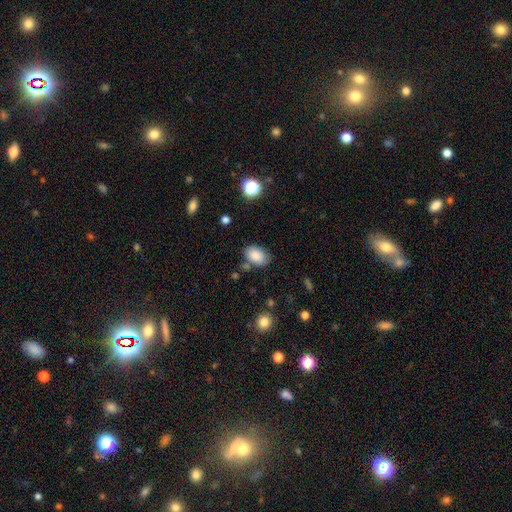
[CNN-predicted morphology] smooth_or_featured: smooth (p=0.84) [alt: star or artifact p=0.08]
how_rounded: in between (p=0.88) [alt: round p=0.11]
merging: none (p=0.72) [alt: minor disturbance p=0.18]